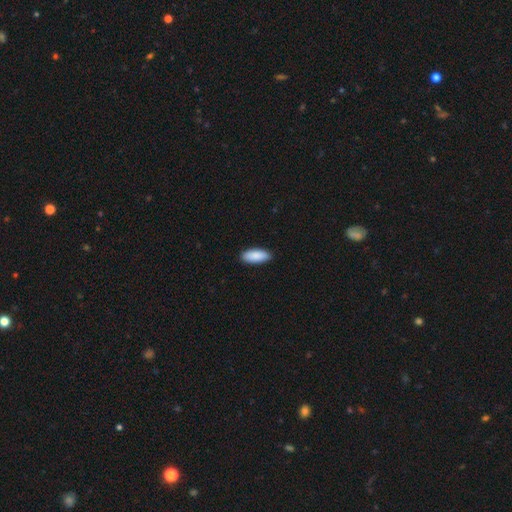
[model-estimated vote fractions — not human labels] Q: Smooth or featured?
A: smooth (90%); runner-up: star or artifact (5%)
Q: How rounded?
A: in between (80%); runner-up: cigar-shaped (19%)
Q: Merging?
A: none (90%); runner-up: minor disturbance (8%)